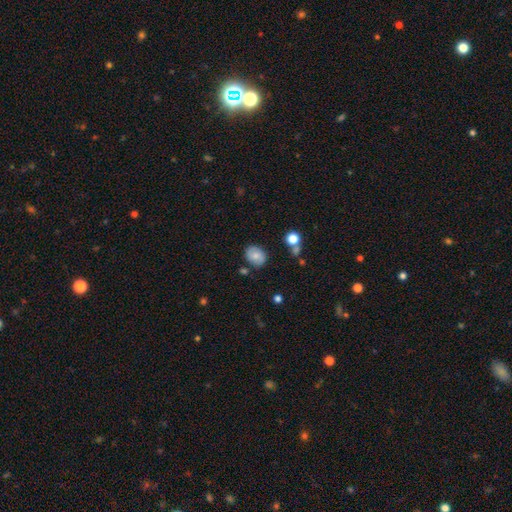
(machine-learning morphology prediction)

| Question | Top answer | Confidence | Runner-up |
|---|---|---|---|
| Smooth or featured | smooth | 74% | featured or disk (17%) |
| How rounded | in between | 51% | round (48%) |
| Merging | none | 77% | minor disturbance (15%) |